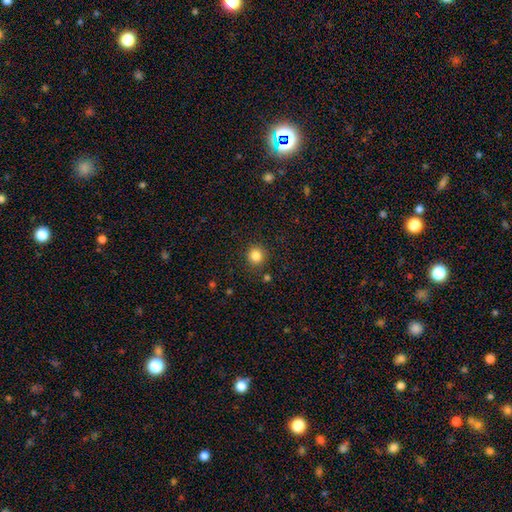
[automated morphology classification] Smooth or featured?
  - smooth: 84% *
  - star or artifact: 12%
  - featured or disk: 4%
How rounded?
  - round: 93% *
  - in between: 6%
  - cigar-shaped: 1%
Merging?
  - none: 89% *
  - minor disturbance: 7%
  - major disturbance: 2%
  - merger: 2%